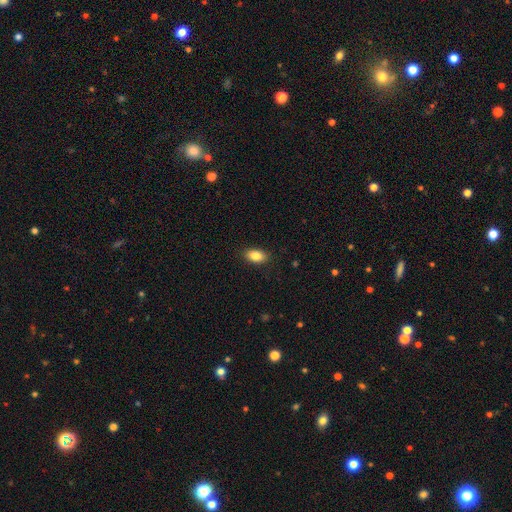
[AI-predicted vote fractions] Smooth or featured? Predicted: smooth (p=0.85). How rounded? Predicted: in between (p=0.90). Merging? Predicted: none (p=0.88).